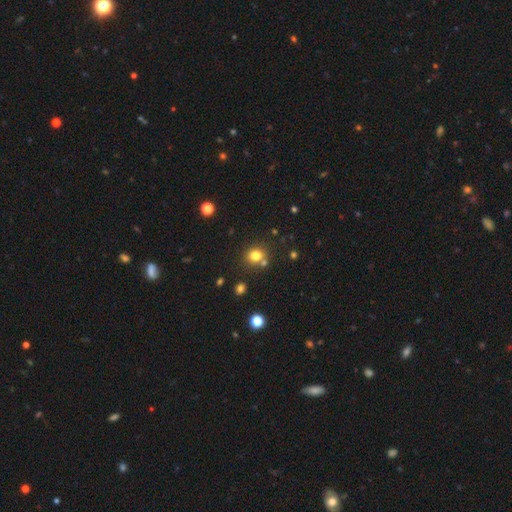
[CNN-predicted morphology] Smooth or featured?
  - smooth: 77% *
  - star or artifact: 15%
  - featured or disk: 8%
How rounded?
  - round: 76% *
  - in between: 23%
  - cigar-shaped: 1%
Merging?
  - none: 71% *
  - merger: 16%
  - minor disturbance: 10%
  - major disturbance: 3%